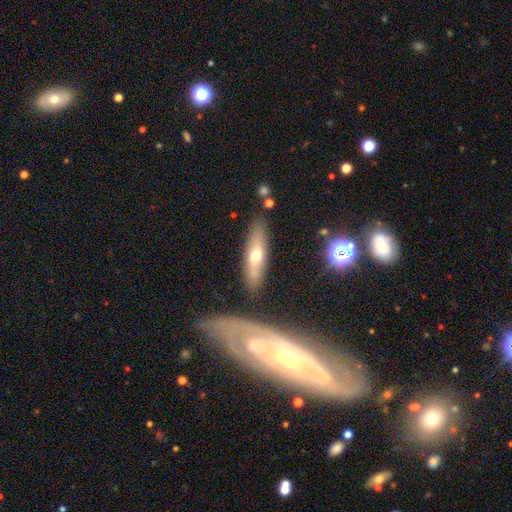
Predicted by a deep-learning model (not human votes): Q: Smooth or featured?
A: smooth (54%); runner-up: featured or disk (39%)
Q: How rounded?
A: cigar-shaped (62%); runner-up: in between (36%)
Q: Merging?
A: none (83%); runner-up: minor disturbance (11%)